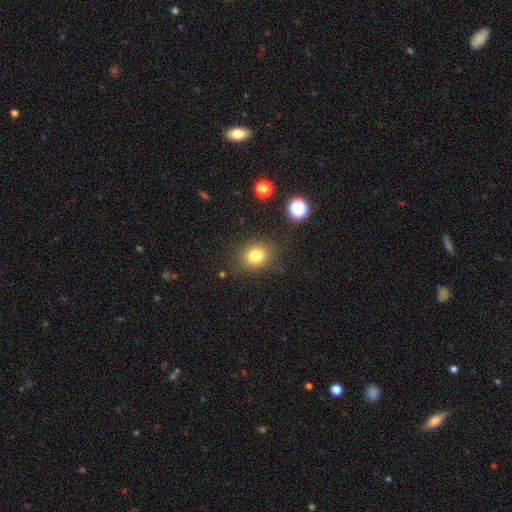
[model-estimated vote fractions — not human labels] This appears to be a smooth galaxy with no disk features (79%) that is round (63%). Merging: none (83%).